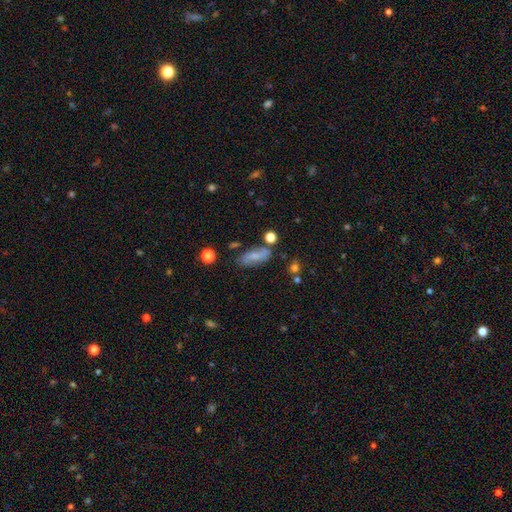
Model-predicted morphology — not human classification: The model was most divided on "smooth or featured": smooth: 56%, featured or disk: 34%, star or artifact: 10%. More confident: how rounded — in between (73%); merging — none (70%).